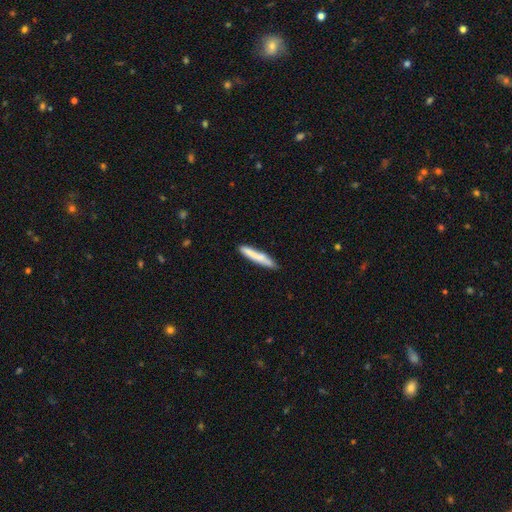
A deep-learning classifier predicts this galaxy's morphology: Smooth or featured: smooth — 76% (featured or disk — 19%)
How rounded: cigar-shaped — 93% (in between — 6%)
Merging: none — 80% (minor disturbance — 15%)